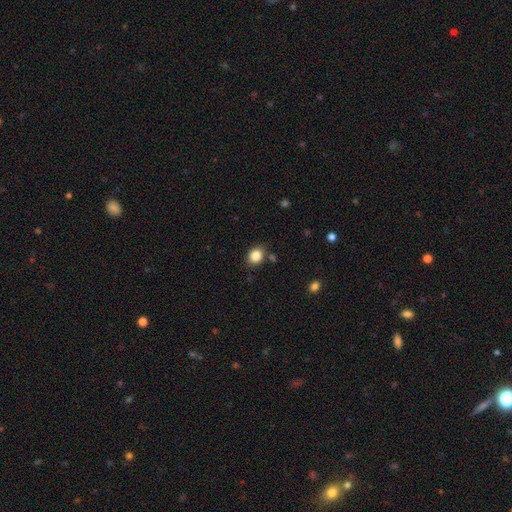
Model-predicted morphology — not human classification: Smooth or featured: smooth — 85% (star or artifact — 10%)
How rounded: round — 54% (in between — 45%)
Merging: none — 81% (minor disturbance — 12%)